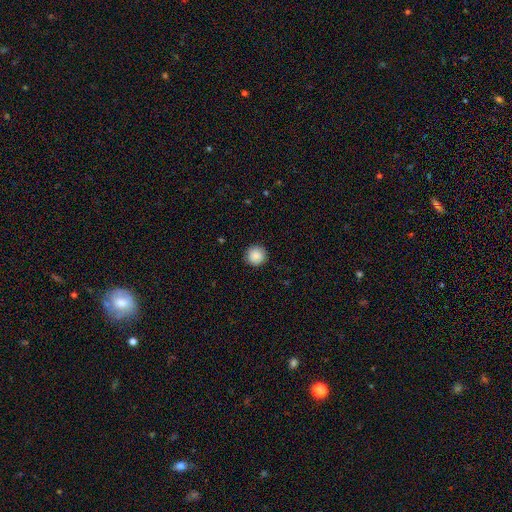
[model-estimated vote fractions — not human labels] smooth_or_featured: smooth (p=0.87) [alt: star or artifact p=0.08]
how_rounded: round (p=0.95) [alt: in between p=0.04]
merging: none (p=0.91) [alt: minor disturbance p=0.07]